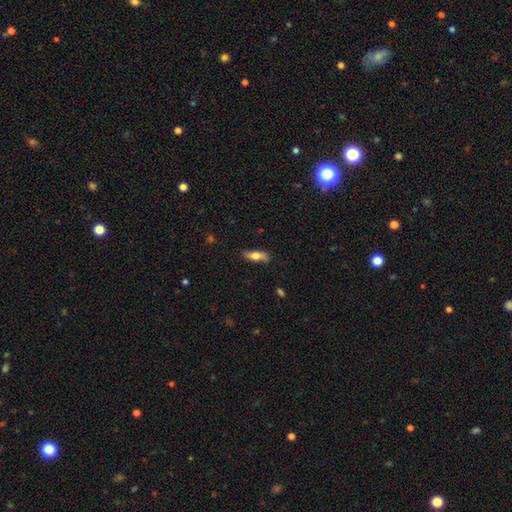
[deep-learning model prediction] smooth_or_featured: smooth (p=0.59) [alt: featured or disk p=0.35]
how_rounded: in between (p=0.59) [alt: cigar-shaped p=0.38]
merging: none (p=0.78) [alt: minor disturbance p=0.17]